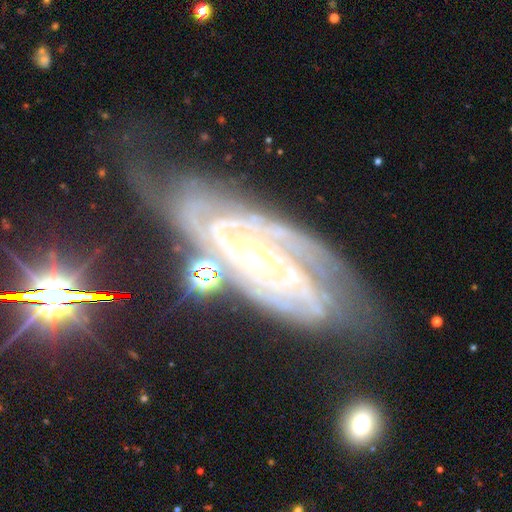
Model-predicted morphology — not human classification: smooth_or_featured: featured or disk (p=0.89) [alt: star or artifact p=0.07]
disk_edge_on: no (p=0.93) [alt: yes p=0.07]
bar: no (p=0.57) [alt: weak p=0.28]
has_spiral_arms: yes (p=0.98) [alt: no p=0.02]
spiral_winding: tight (p=0.73) [alt: medium p=0.24]
spiral_arm_count: 3 (p=0.29) [alt: 2 p=0.26]
bulge_size: small (p=0.55) [alt: moderate p=0.41]
merging: none (p=0.56) [alt: minor disturbance p=0.25]